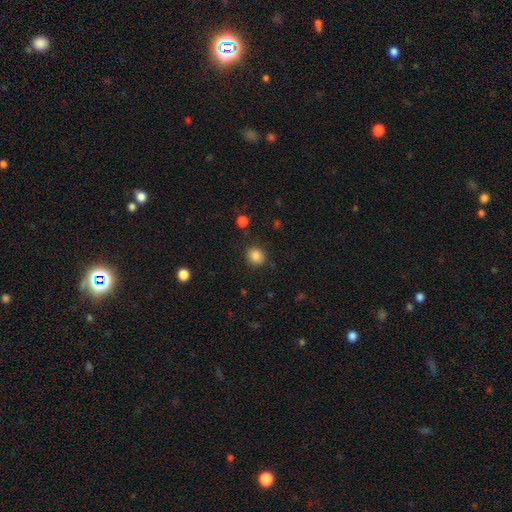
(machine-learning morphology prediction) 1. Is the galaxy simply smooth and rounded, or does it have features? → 86% smooth, 10% star or artifact, 4% featured or disk.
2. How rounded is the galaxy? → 82% round, 17% in between, 1% cigar-shaped.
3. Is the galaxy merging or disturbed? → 86% none, 9% minor disturbance, 3% major disturbance, 2% merger.